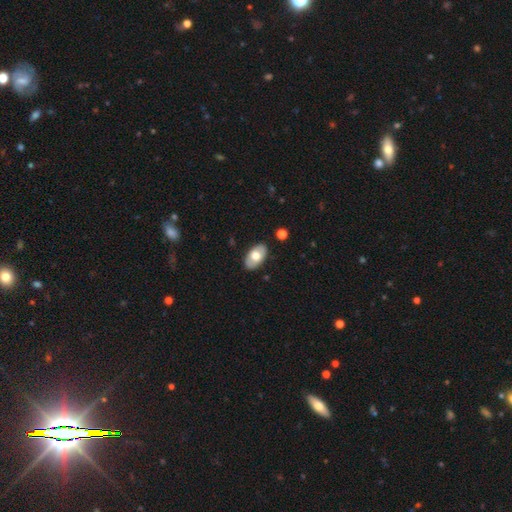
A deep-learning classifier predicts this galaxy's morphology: Overall: smooth (62%; featured or disk 32%). How rounded: in between (93%). Merging: none (86%).